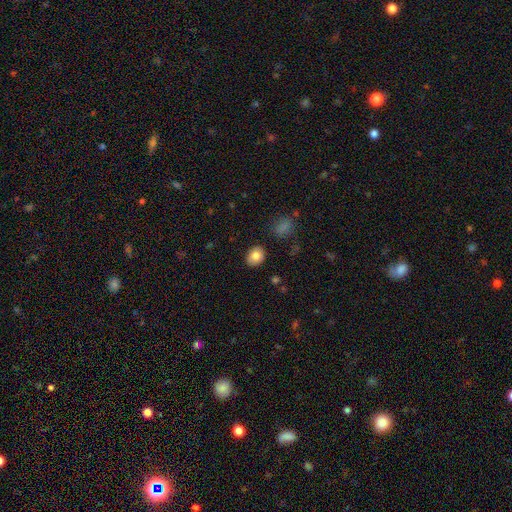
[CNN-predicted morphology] The model was most divided on "how rounded": in between: 53%, round: 46%, cigar-shaped: 1%. More confident: merging — none (87%); smooth or featured — smooth (81%).